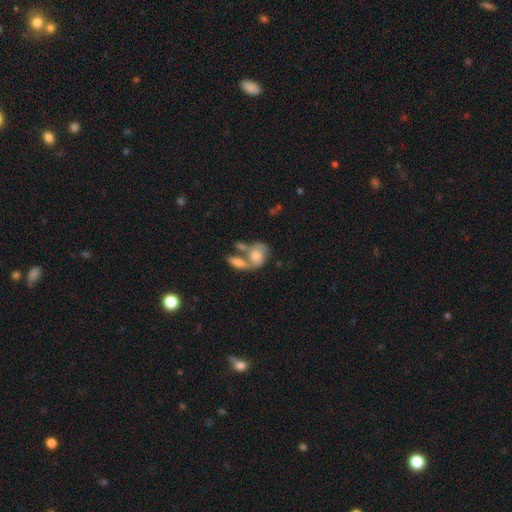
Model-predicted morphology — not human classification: smooth-or-featured: smooth: 49% | featured or disk: 43% | star or artifact: 8%
  merging: merger: 55% | none: 25% | minor disturbance: 11% | major disturbance: 9%